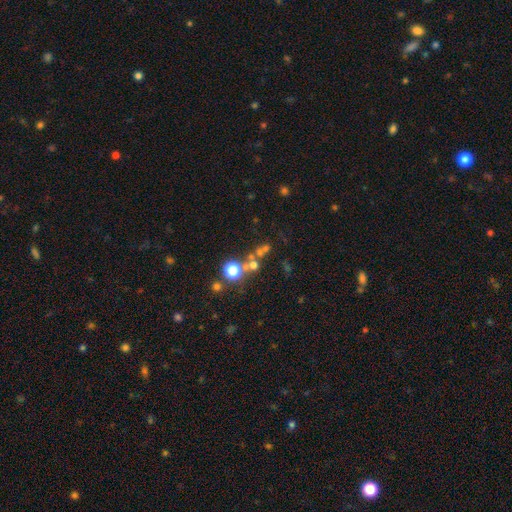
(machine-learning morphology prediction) Smooth or featured: star or artifact — 46% (smooth — 39%)